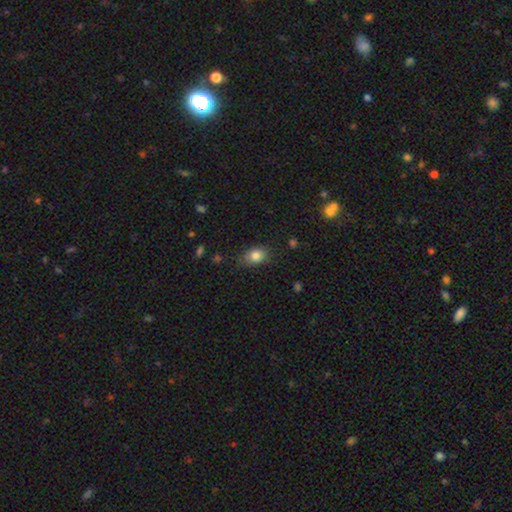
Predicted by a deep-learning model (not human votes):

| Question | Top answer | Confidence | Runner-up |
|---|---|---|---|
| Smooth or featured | smooth | 82% | star or artifact (10%) |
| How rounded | in between | 76% | round (22%) |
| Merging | none | 74% | minor disturbance (20%) |